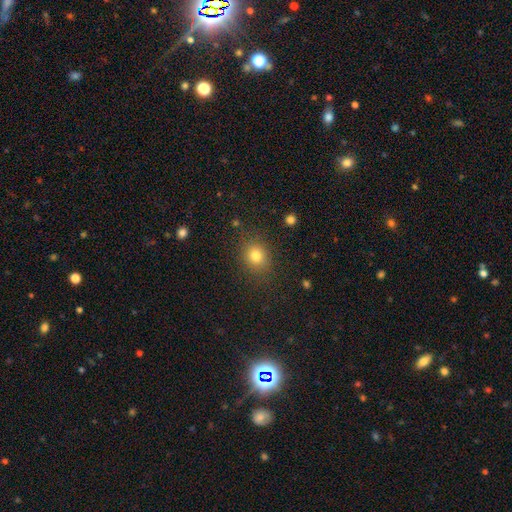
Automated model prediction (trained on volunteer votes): A smooth galaxy with no disk features (79%) that is round (67%).

Vote fractions:
- Smooth or featured? smooth: 79% / star or artifact: 13% / featured or disk: 7%
- How rounded? round: 67% / in between: 32% / cigar-shaped: 1%
- Merging? none: 83% / minor disturbance: 11% / major disturbance: 4% / merger: 2%